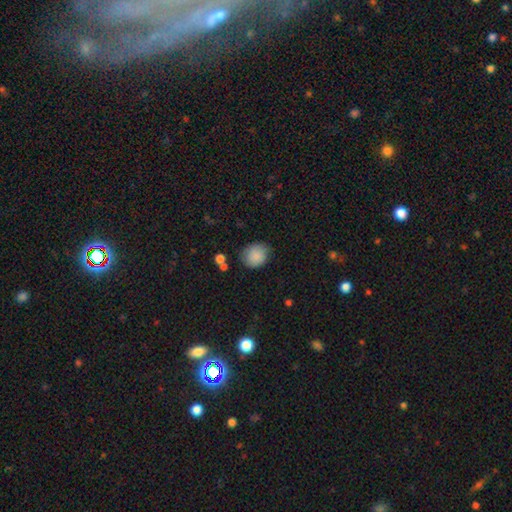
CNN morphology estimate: Smooth or featured? smooth (87%)
How rounded? round (75%)
Merging? none (74%)